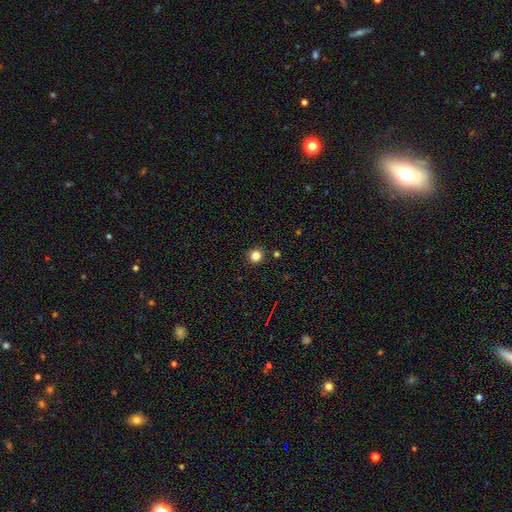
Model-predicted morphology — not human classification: smooth_or_featured: smooth (p=0.82) [alt: star or artifact p=0.13]
how_rounded: round (p=0.93) [alt: in between p=0.06]
merging: none (p=0.91) [alt: minor disturbance p=0.05]